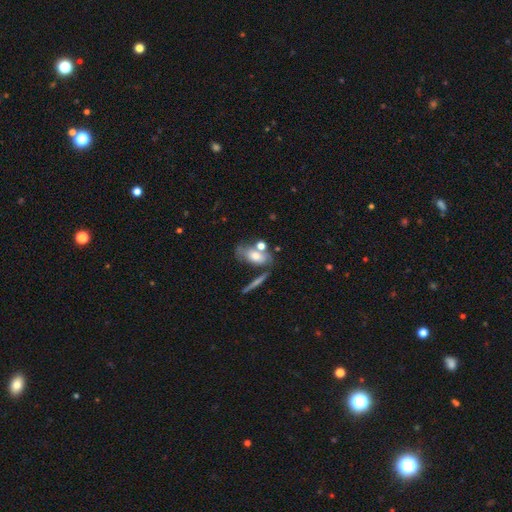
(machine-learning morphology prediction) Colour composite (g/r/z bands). It shows a smooth galaxy with no disk features (57%) that is in between round and cigar-shaped (78%). Merging: none (42%).